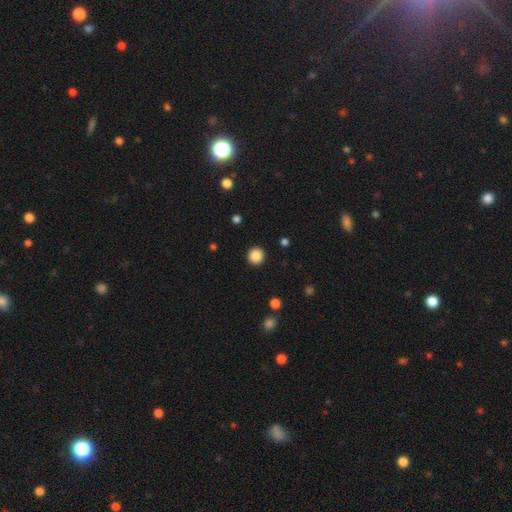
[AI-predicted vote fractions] Overall: smooth (87%). How rounded: round (94%). Merging: none (93%).